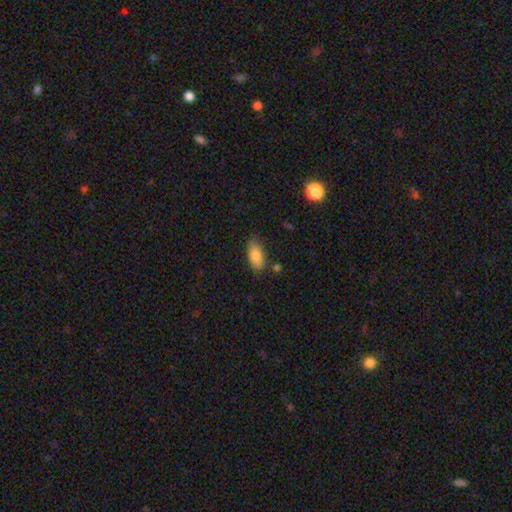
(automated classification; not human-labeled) Morphology: type=smooth (84%); roundness=in between (85%); merging=none (71%).